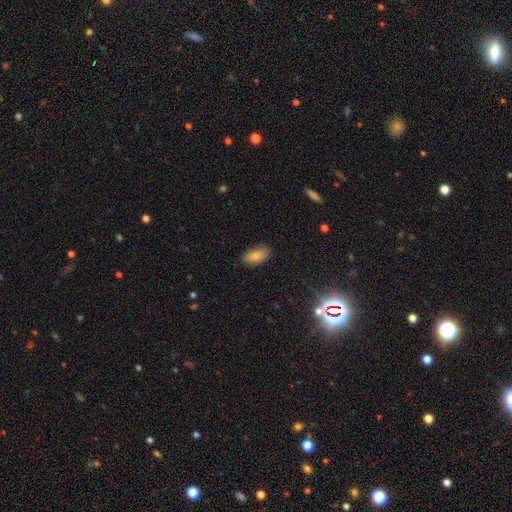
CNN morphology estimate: Smooth or featured? smooth (83%)
How rounded? in between (92%)
Merging? none (82%)